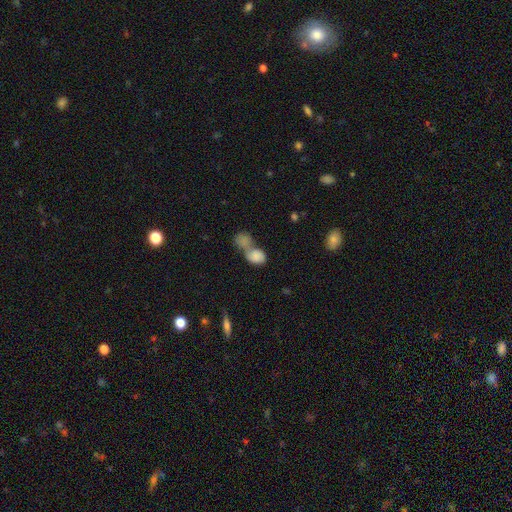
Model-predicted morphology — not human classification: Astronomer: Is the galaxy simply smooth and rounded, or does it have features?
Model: smooth — 80%.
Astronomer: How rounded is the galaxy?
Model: in between — 63%.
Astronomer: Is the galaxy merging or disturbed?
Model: merger — 73%.